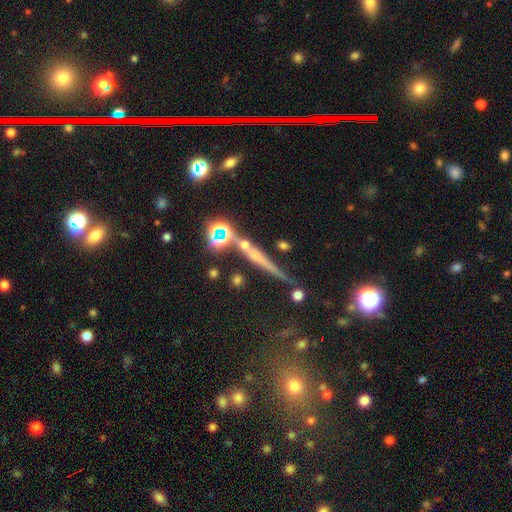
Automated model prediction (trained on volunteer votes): smooth-or-featured: featured or disk: 45% | smooth: 31% | star or artifact: 23%
  merging: none: 72% | minor disturbance: 13% | merger: 10% | major disturbance: 5%